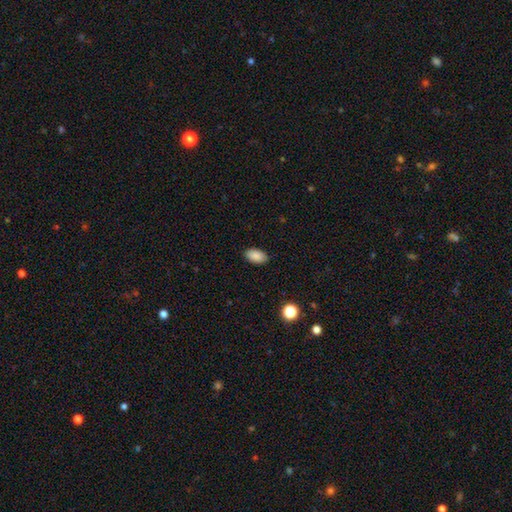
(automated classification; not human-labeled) smooth 88%, star or artifact 8%, featured or disk 5%. Down the decision tree: how rounded — in between (94%); merging — none (87%).